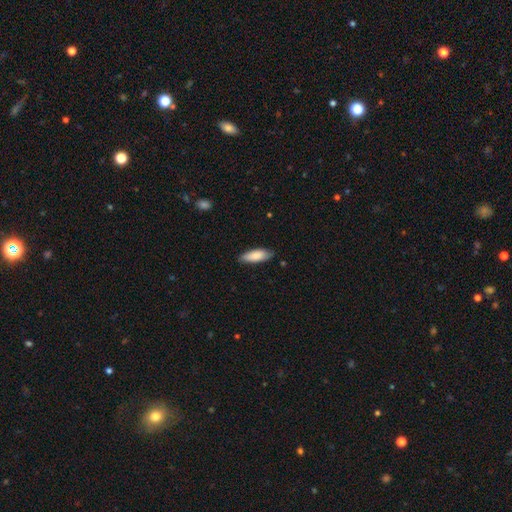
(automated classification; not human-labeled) Smooth or featured?
  - smooth: 85% *
  - featured or disk: 10%
  - star or artifact: 5%
How rounded?
  - in between: 64% *
  - cigar-shaped: 34%
  - round: 2%
Merging?
  - none: 81% *
  - minor disturbance: 15%
  - major disturbance: 2%
  - merger: 1%